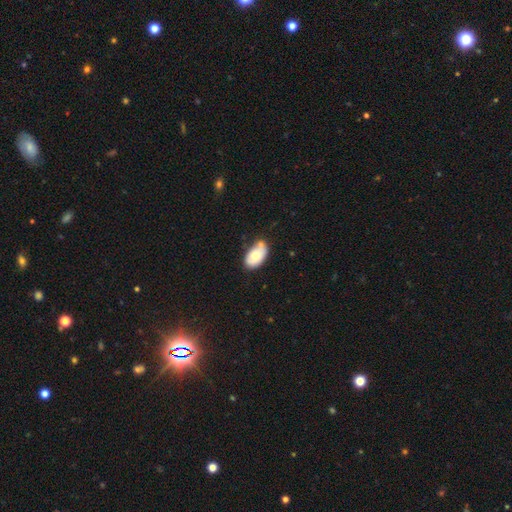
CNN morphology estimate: Smooth or featured?
  - smooth: 71% *
  - featured or disk: 22%
  - star or artifact: 7%
How rounded?
  - in between: 93% *
  - round: 5%
  - cigar-shaped: 1%
Merging?
  - none: 52% *
  - minor disturbance: 32%
  - merger: 9%
  - major disturbance: 7%